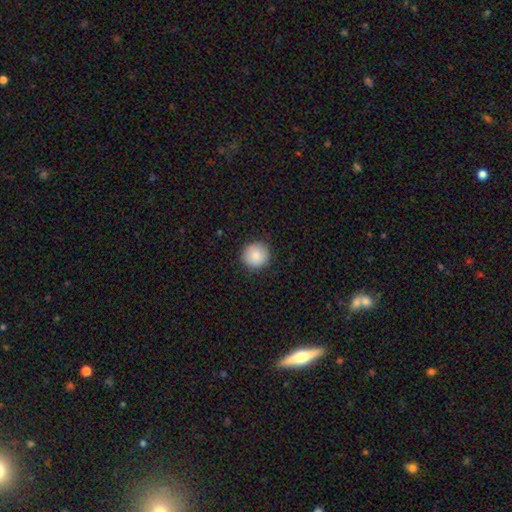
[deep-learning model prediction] A smooth galaxy with no disk features (86%) that is round (94%).

Vote fractions:
- Smooth or featured? smooth: 86% / star or artifact: 8% / featured or disk: 6%
- How rounded? round: 94% / in between: 5% / cigar-shaped: 1%
- Merging? none: 90% / minor disturbance: 7% / major disturbance: 2% / merger: 1%